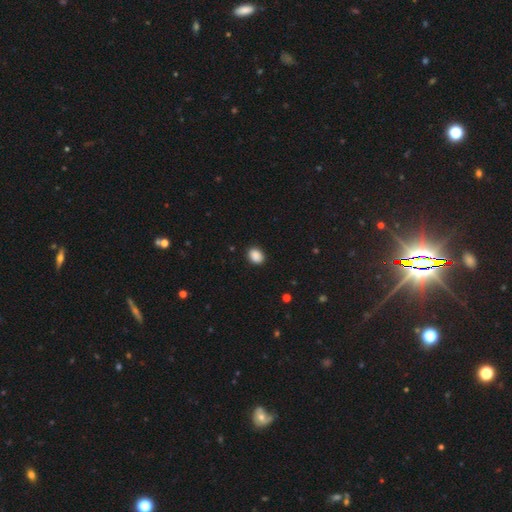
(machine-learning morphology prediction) Overall: smooth (89%). How rounded: in between (64%; round 35%). Merging: none (89%).